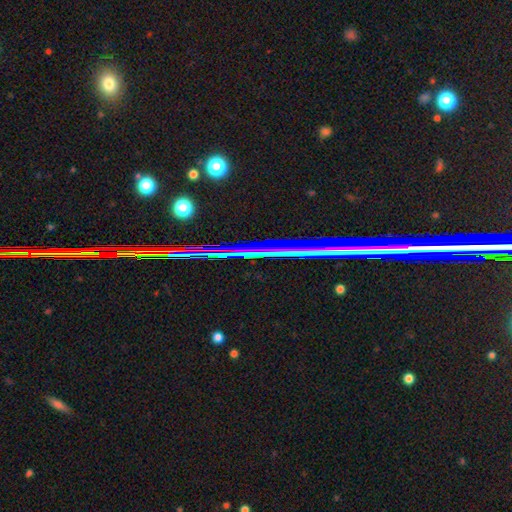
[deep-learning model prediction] Smooth or featured? Predicted: star or artifact (p=0.72).